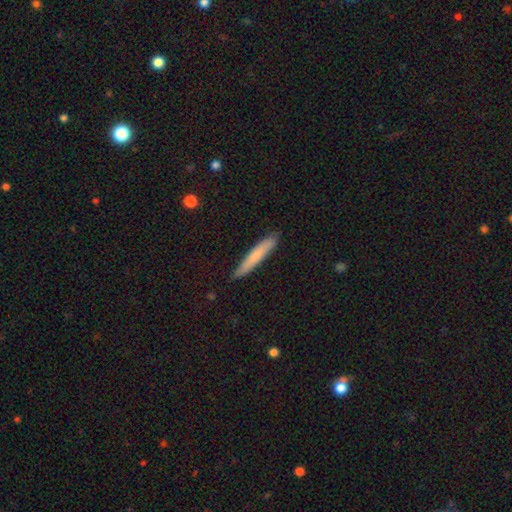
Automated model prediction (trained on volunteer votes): Q: Smooth or featured?
A: smooth (73%); runner-up: featured or disk (21%)
Q: How rounded?
A: cigar-shaped (94%); runner-up: in between (5%)
Q: Merging?
A: none (87%); runner-up: minor disturbance (10%)